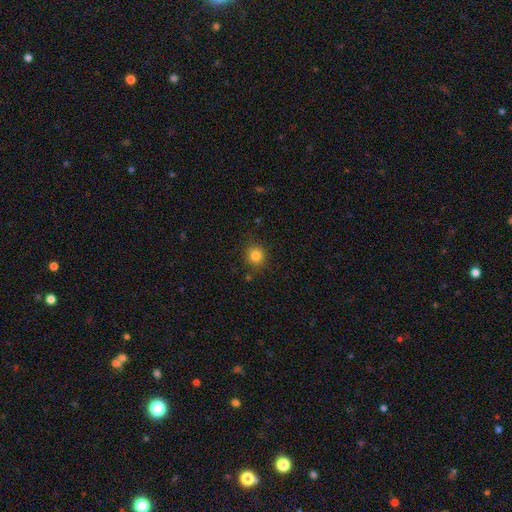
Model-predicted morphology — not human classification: smooth_or_featured: smooth (p=0.82) [alt: star or artifact p=0.13]
how_rounded: round (p=0.92) [alt: in between p=0.07]
merging: none (p=0.87) [alt: minor disturbance p=0.09]